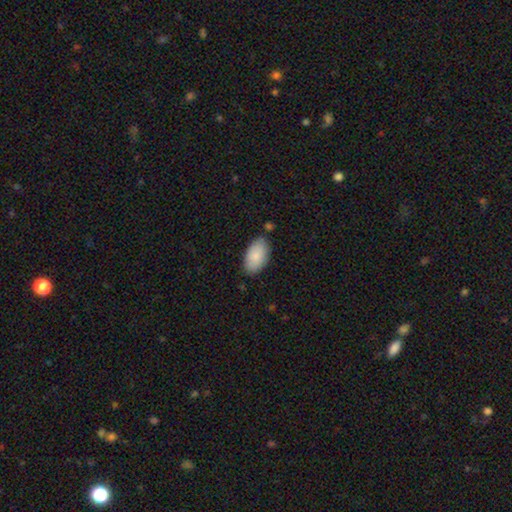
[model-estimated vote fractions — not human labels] Q: Smooth or featured?
A: smooth (86%); runner-up: featured or disk (8%)
Q: How rounded?
A: in between (95%); runner-up: round (3%)
Q: Merging?
A: none (78%); runner-up: minor disturbance (15%)